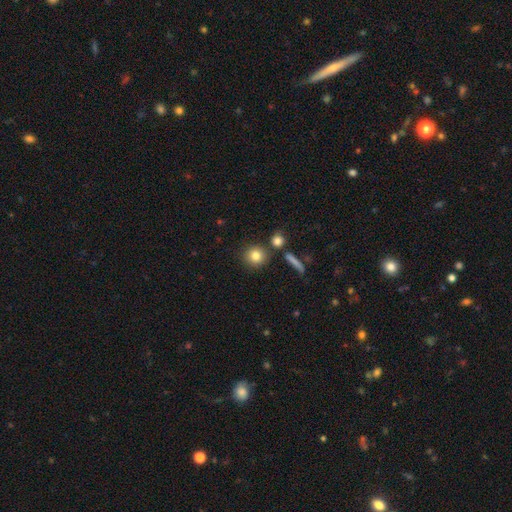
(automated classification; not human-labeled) This appears to be a smooth galaxy with no disk features (81%) that is round (89%). Merging: none (80%).